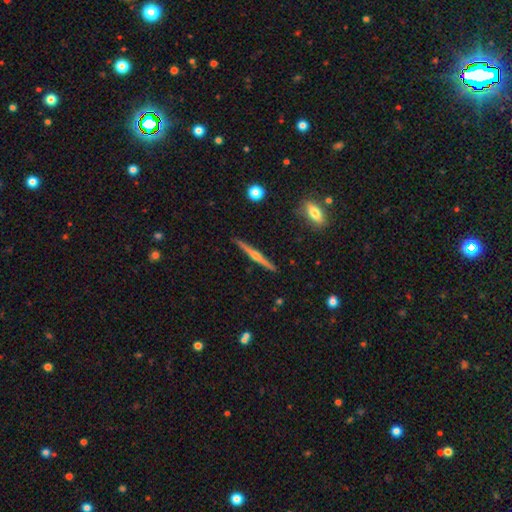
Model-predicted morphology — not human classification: smooth-or-featured: featured or disk: 75% | smooth: 18% | star or artifact: 6%
  disk-edge-on: yes: 98% | no: 2%
    edge-on-bulge: rounded: 88% | none: 8% | boxy: 4%
  merging: none: 91% | minor disturbance: 7% | merger: 1% | major disturbance: 1%